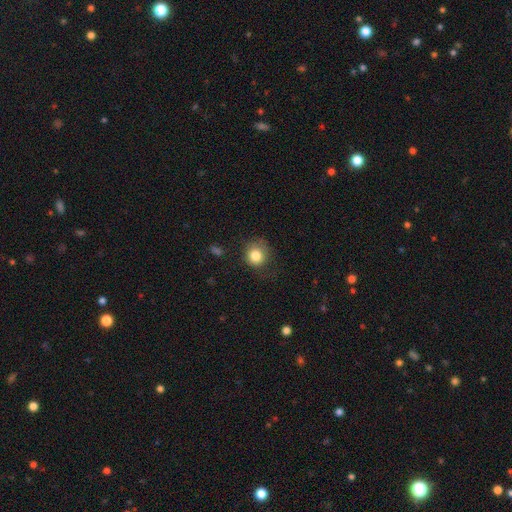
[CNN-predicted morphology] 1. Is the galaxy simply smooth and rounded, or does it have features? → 82% smooth, 10% star or artifact, 8% featured or disk.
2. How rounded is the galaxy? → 87% round, 12% in between, 1% cigar-shaped.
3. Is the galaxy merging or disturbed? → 69% none, 20% minor disturbance, 9% major disturbance, 2% merger.